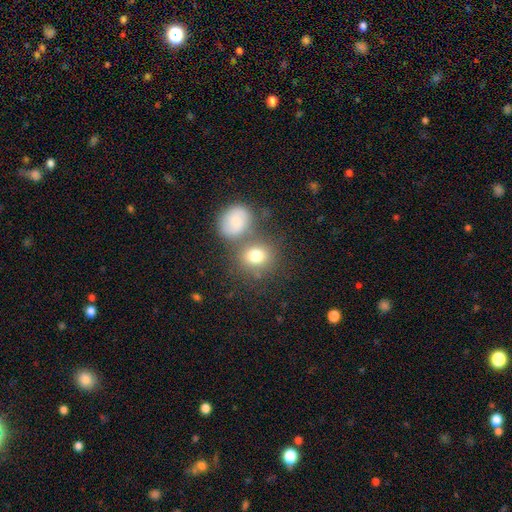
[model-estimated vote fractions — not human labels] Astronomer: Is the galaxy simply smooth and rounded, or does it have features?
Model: smooth — 77%.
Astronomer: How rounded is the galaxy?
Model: round — 72%.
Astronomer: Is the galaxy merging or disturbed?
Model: none — 58%.